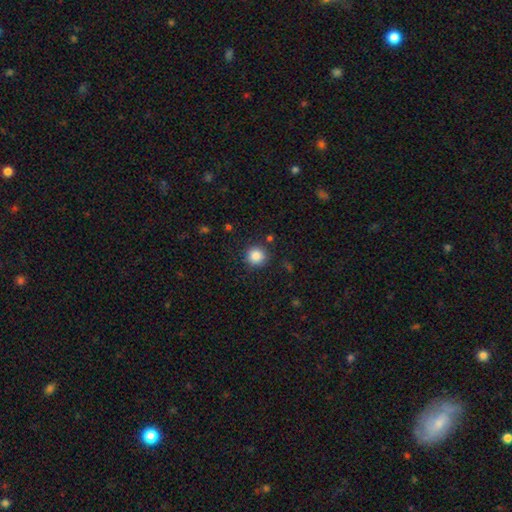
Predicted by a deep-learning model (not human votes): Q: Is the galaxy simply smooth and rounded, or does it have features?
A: smooth — 86%.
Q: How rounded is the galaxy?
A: round — 93%.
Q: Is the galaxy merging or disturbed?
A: none — 88%.